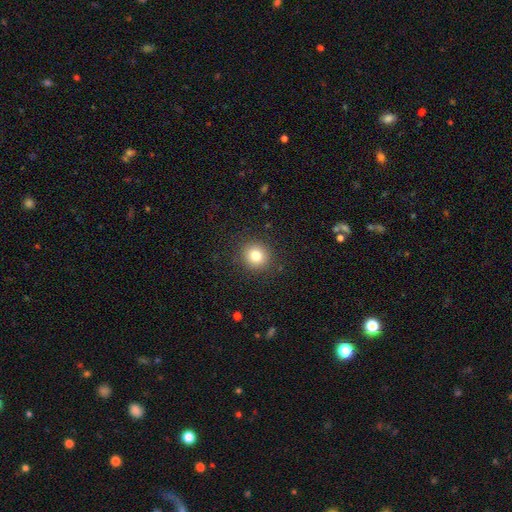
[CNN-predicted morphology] Smooth or featured?
  - smooth: 81% *
  - star or artifact: 12%
  - featured or disk: 7%
How rounded?
  - round: 90% *
  - in between: 9%
  - cigar-shaped: 1%
Merging?
  - none: 90% *
  - minor disturbance: 7%
  - major disturbance: 3%
  - merger: 1%